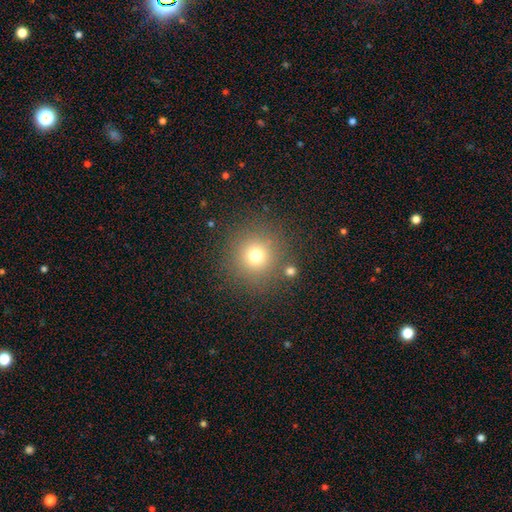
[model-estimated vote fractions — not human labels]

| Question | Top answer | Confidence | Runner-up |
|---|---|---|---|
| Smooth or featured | smooth | 71% | star or artifact (19%) |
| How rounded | round | 94% | in between (5%) |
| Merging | none | 84% | minor disturbance (8%) |